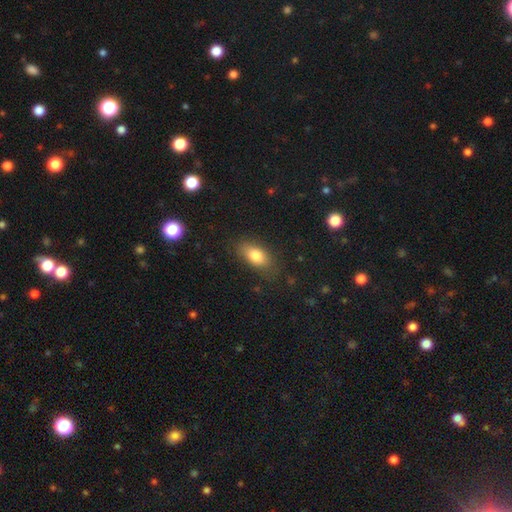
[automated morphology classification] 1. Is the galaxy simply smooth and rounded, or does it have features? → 81% smooth, 11% featured or disk, 8% star or artifact.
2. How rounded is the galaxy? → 87% in between, 7% cigar-shaped, 6% round.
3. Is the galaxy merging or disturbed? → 78% none, 16% minor disturbance, 5% major disturbance, 1% merger.